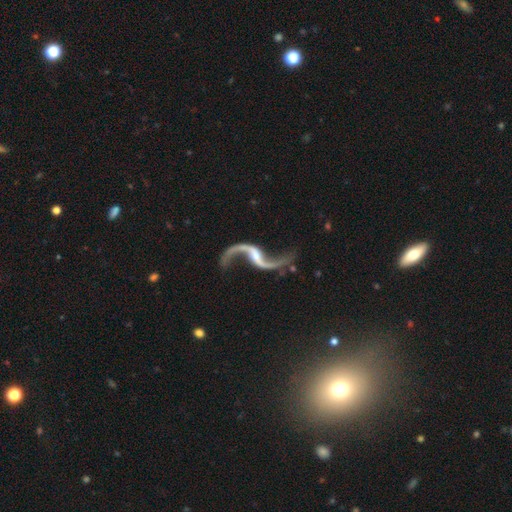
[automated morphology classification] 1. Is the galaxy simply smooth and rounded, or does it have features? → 93% featured or disk, 4% star or artifact, 3% smooth.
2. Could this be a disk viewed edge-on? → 96% no, 4% yes.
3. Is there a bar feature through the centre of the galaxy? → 36% weak, 33% no, 31% strong.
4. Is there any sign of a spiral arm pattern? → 97% yes, 3% no.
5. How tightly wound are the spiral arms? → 94% loose, 4% medium, 2% tight.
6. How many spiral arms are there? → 94% 2, 2% 1, 1% can't tell, 1% 3, 1% 4, 1% more than 4.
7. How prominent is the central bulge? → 64% small, 26% moderate, 6% none, 3% large, 1% dominant.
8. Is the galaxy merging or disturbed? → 74% none, 13% minor disturbance, 9% major disturbance, 4% merger.